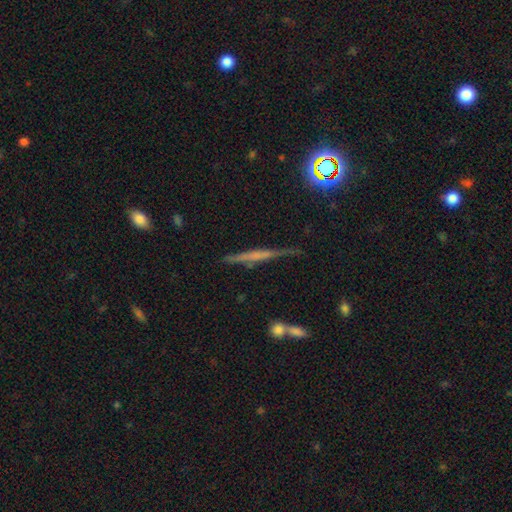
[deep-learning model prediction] Morphology: type=featured or disk (56%); edge-on=yes (94%); edge-on bulge=none (59%); merging=none (76%).